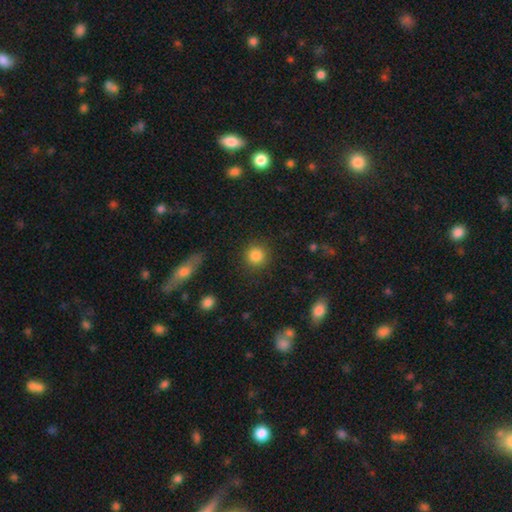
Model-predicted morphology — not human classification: Smooth or featured? smooth (85%)
How rounded? round (93%)
Merging? none (89%)